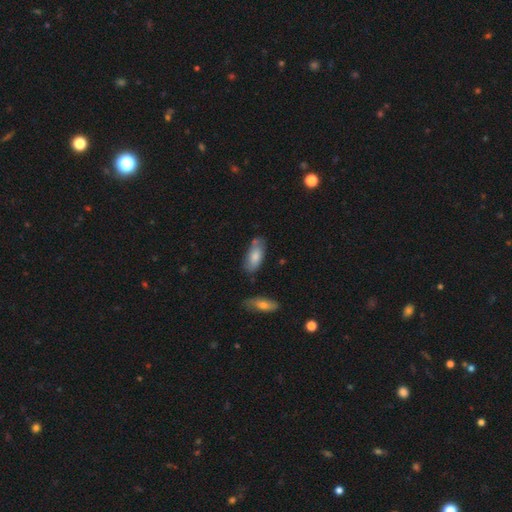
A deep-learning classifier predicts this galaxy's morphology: This appears to be a smooth galaxy with no disk features (74%) that is in between round and cigar-shaped (86%). Merging: none (63%).